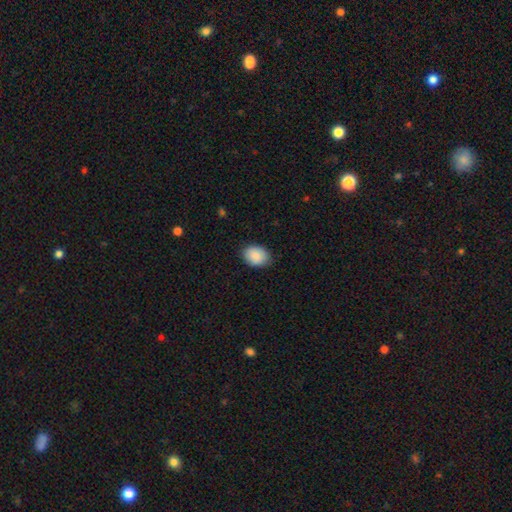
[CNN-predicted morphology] A smooth galaxy with no disk features (89%) that is in between round and cigar-shaped (66%).

Vote fractions:
- Smooth or featured? smooth: 89% / star or artifact: 7% / featured or disk: 5%
- How rounded? in between: 66% / round: 33% / cigar-shaped: 1%
- Merging? none: 84% / minor disturbance: 13% / major disturbance: 2% / merger: 1%